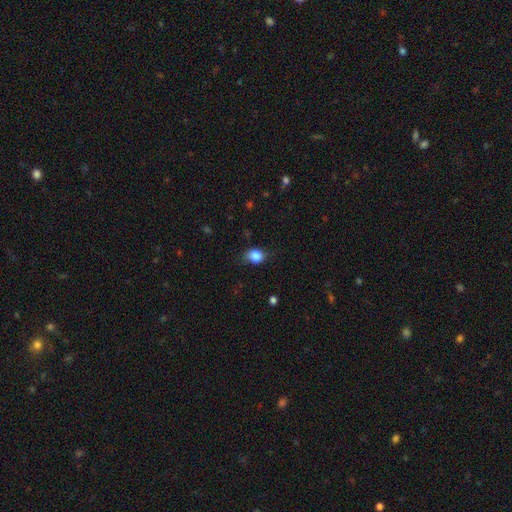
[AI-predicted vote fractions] A smooth galaxy with no disk features (84%) that is round (52%). Merging: none (71%).